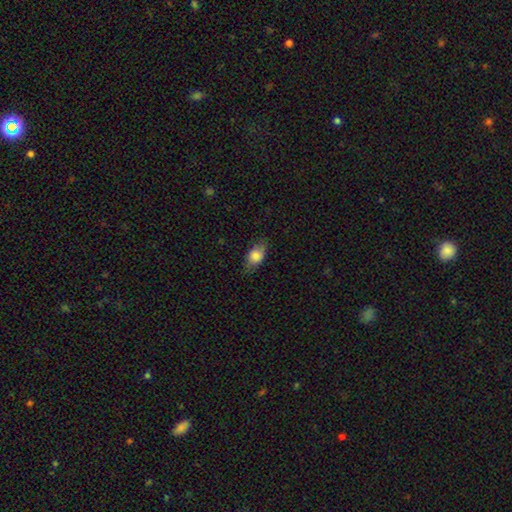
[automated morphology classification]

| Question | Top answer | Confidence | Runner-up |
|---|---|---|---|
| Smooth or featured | smooth | 75% | featured or disk (17%) |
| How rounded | in between | 80% | round (15%) |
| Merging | none | 73% | minor disturbance (21%) |